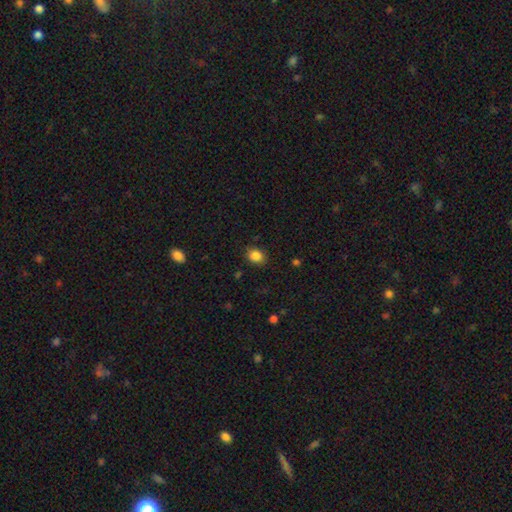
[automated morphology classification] This is clearly a smooth galaxy (86%). How rounded: possibly in between (51%). Merging: clearly none (84%).